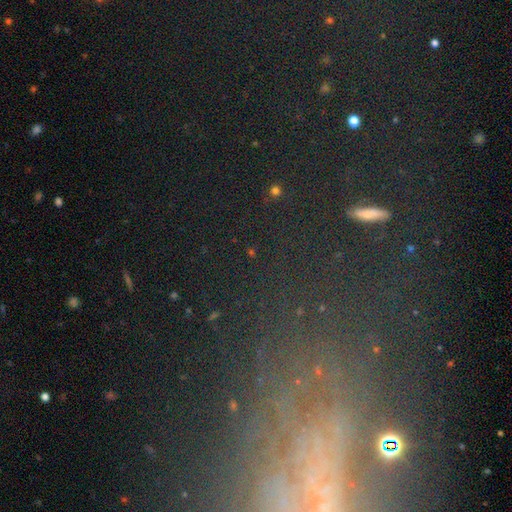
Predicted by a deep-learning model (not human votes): Overall: star or artifact (44%; featured or disk 34%).